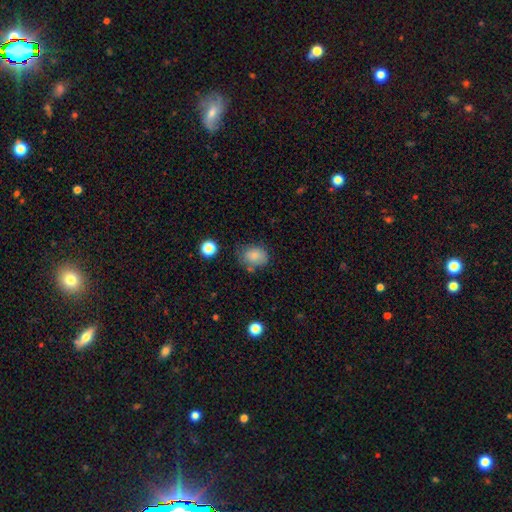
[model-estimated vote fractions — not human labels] Q: Smooth or featured?
A: smooth (82%); runner-up: star or artifact (10%)
Q: How rounded?
A: in between (60%); runner-up: round (39%)
Q: Merging?
A: none (62%); runner-up: minor disturbance (25%)